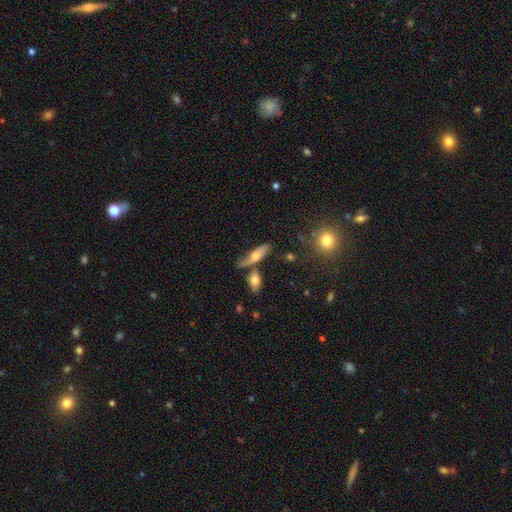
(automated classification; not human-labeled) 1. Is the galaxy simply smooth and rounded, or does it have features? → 55% smooth, 37% featured or disk, 8% star or artifact.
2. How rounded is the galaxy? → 49% in between, 47% cigar-shaped, 4% round.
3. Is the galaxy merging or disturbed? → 52% none, 22% merger, 18% minor disturbance, 7% major disturbance.